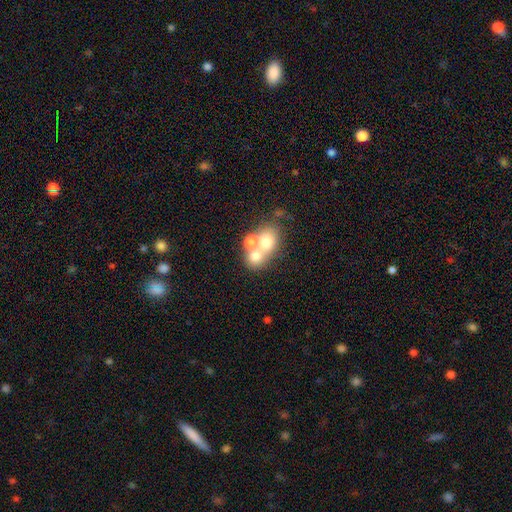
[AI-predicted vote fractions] smooth-or-featured: smooth: 62% | featured or disk: 25% | star or artifact: 13%
  how-rounded: round: 65% | in between: 34% | cigar-shaped: 1%
  merging: merger: 61% | none: 29% | minor disturbance: 6% | major disturbance: 4%